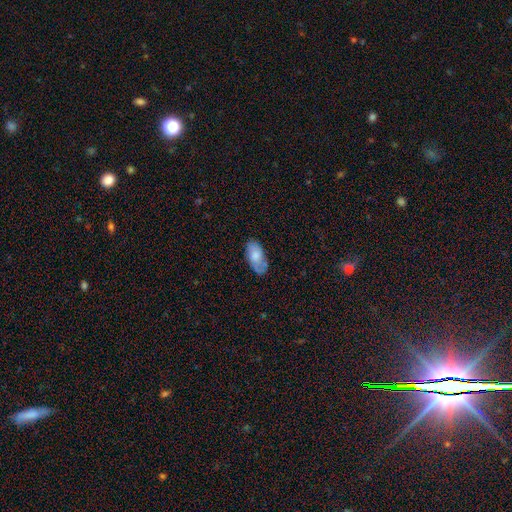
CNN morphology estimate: A smooth galaxy with no disk features (66%) that is in between round and cigar-shaped (93%). Merging: none (73%).